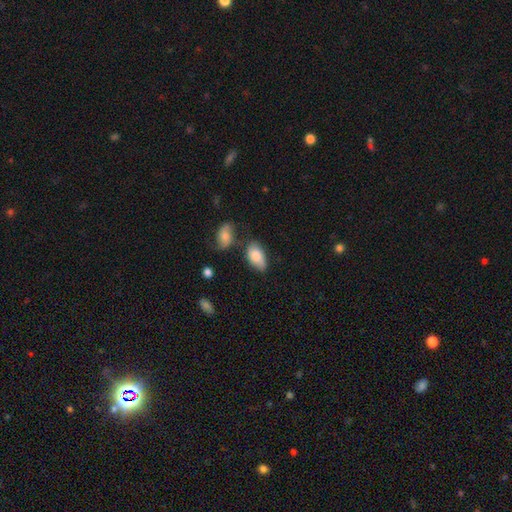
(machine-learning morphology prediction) smooth 81%, featured or disk 12%, star or artifact 7%. Down the decision tree: how rounded — in between (93%); merging — none (56%).